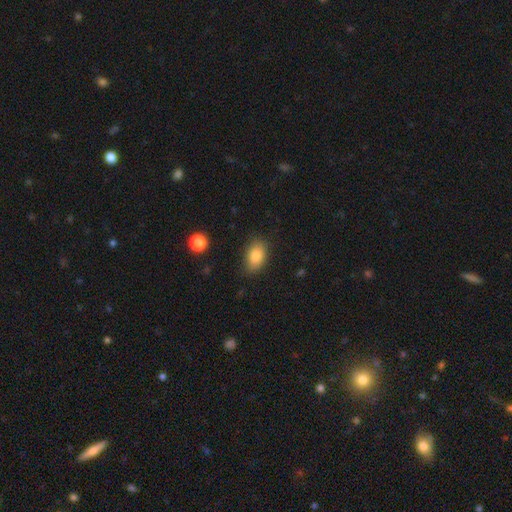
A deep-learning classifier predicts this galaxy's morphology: smooth-or-featured: smooth: 86% | star or artifact: 8% | featured or disk: 6%
  how-rounded: in between: 87% | round: 11% | cigar-shaped: 2%
  merging: none: 80% | minor disturbance: 15% | major disturbance: 4% | merger: 1%